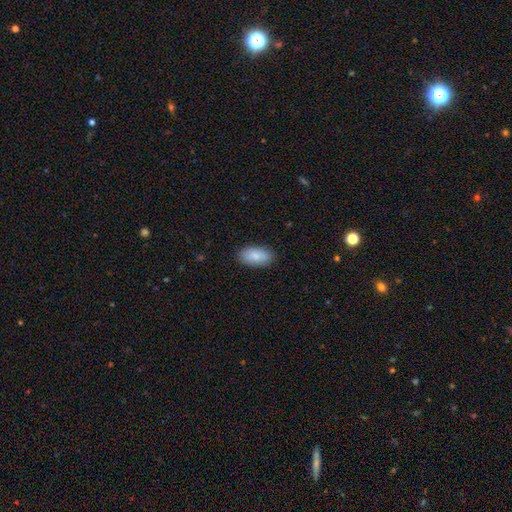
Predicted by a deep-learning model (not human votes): smooth-or-featured: smooth: 85% | featured or disk: 9% | star or artifact: 6%
  how-rounded: in between: 94% | round: 3% | cigar-shaped: 3%
  merging: none: 86% | minor disturbance: 11% | major disturbance: 2% | merger: 1%